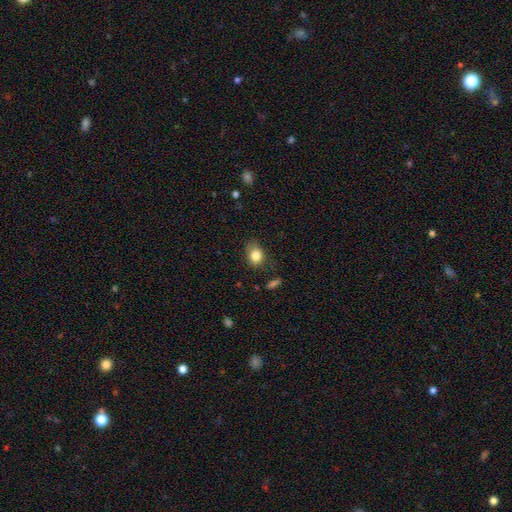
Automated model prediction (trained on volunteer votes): A smooth galaxy with no disk features (82%) that is in between round and cigar-shaped (59%).

Vote fractions:
- Smooth or featured? smooth: 82% / star or artifact: 10% / featured or disk: 8%
- How rounded? in between: 59% / round: 40% / cigar-shaped: 1%
- Merging? none: 71% / minor disturbance: 22% / major disturbance: 5% / merger: 2%